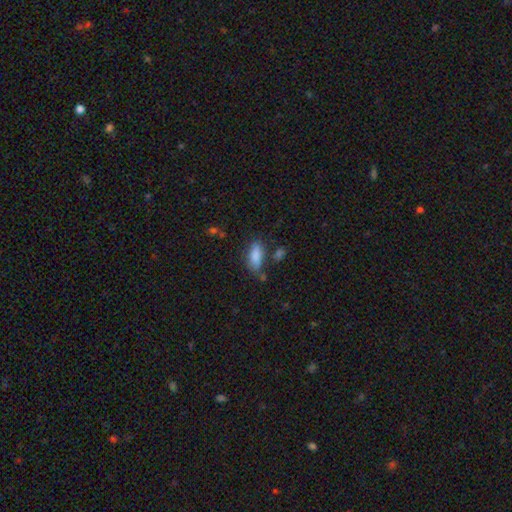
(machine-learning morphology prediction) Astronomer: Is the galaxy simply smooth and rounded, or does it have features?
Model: smooth — 84%.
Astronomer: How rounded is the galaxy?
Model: in between — 79%.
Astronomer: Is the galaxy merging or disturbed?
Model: none — 65%.